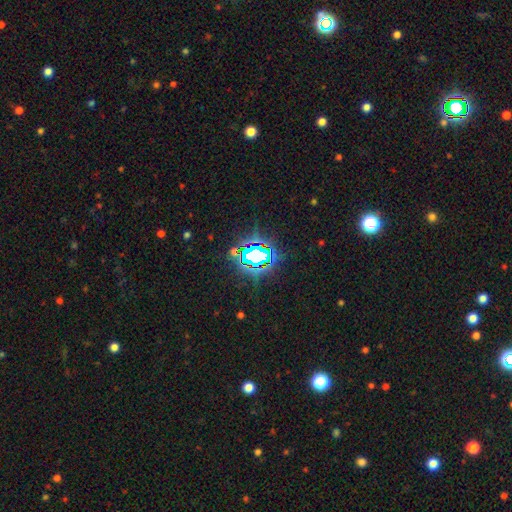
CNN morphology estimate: This is likely a star or artifact rather than a galaxy (74%).